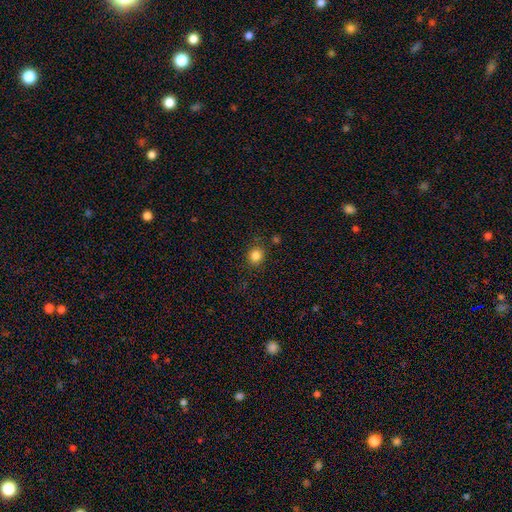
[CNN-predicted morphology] The model was most divided on "how rounded": round: 80%, in between: 19%, cigar-shaped: 1%. More confident: smooth or featured — smooth (84%); merging — none (83%).